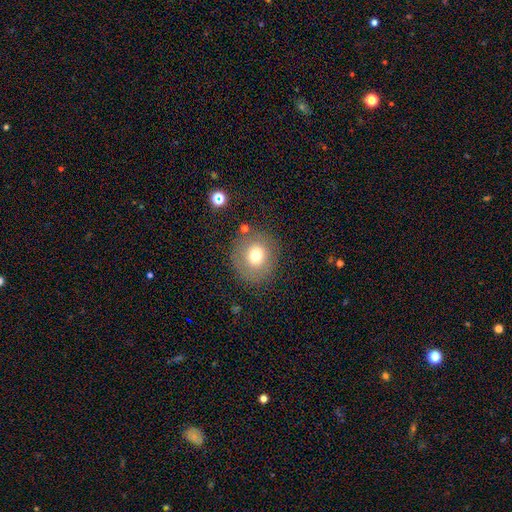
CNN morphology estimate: smooth_or_featured: smooth (p=0.72) [alt: featured or disk p=0.15]
how_rounded: round (p=0.82) [alt: in between p=0.17]
merging: none (p=0.80) [alt: minor disturbance p=0.11]